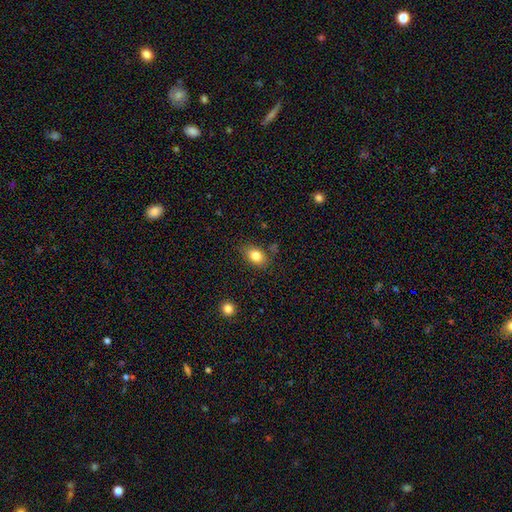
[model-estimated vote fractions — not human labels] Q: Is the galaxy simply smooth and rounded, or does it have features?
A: smooth — 82%.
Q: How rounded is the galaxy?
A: in between — 79%.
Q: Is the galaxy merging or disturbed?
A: none — 79%.